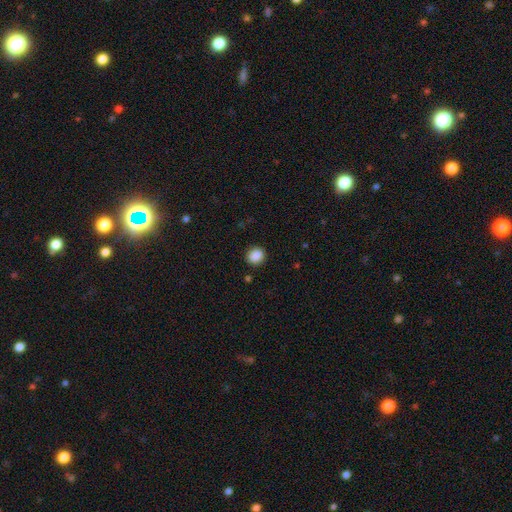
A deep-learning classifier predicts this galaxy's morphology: Q: Smooth or featured?
A: smooth (88%); runner-up: star or artifact (9%)
Q: How rounded?
A: round (74%); runner-up: in between (25%)
Q: Merging?
A: none (88%); runner-up: minor disturbance (8%)